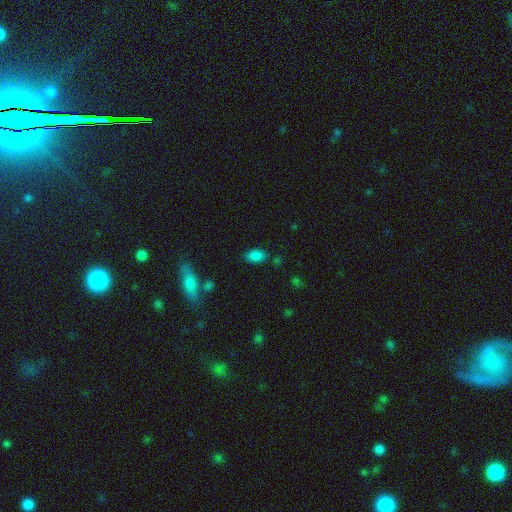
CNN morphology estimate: This appears to be a smooth galaxy with no disk features (85%) that is in between round and cigar-shaped (92%). Merging: none (79%).